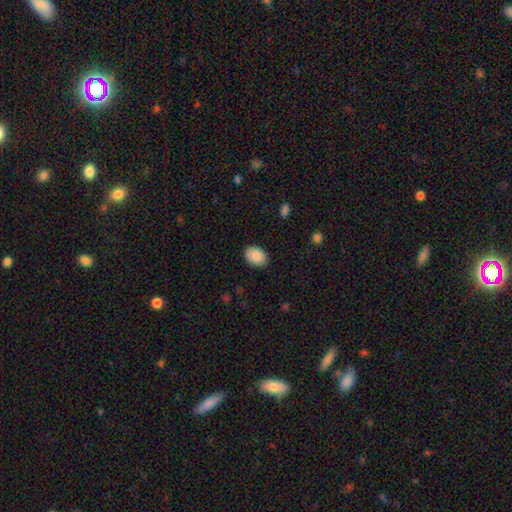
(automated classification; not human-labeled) Overall: smooth (90%). How rounded: in between (81%). Merging: none (88%).